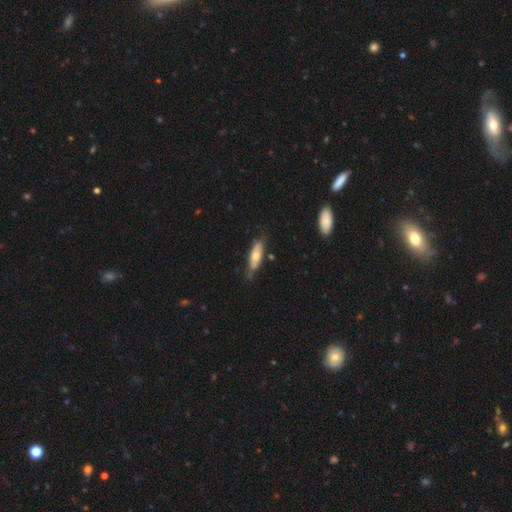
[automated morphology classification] smooth-or-featured: smooth: 59% | featured or disk: 35% | star or artifact: 6%
  how-rounded: in between: 51% | cigar-shaped: 47% | round: 2%
  merging: none: 64% | minor disturbance: 26% | major disturbance: 6% | merger: 4%